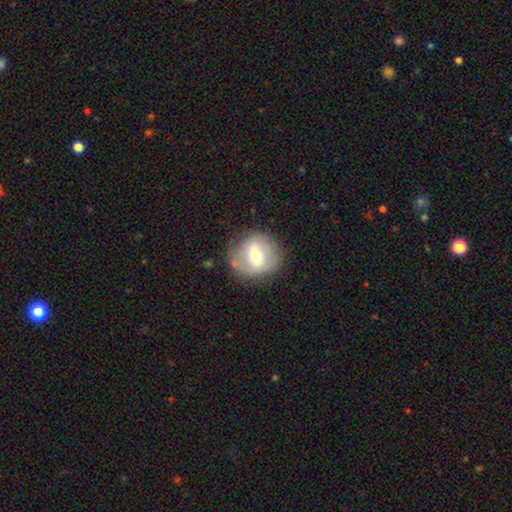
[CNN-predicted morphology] Smooth or featured: smooth — 52% (featured or disk — 40%)
How rounded: round — 85% (in between — 14%)
Merging: none — 77% (minor disturbance — 15%)